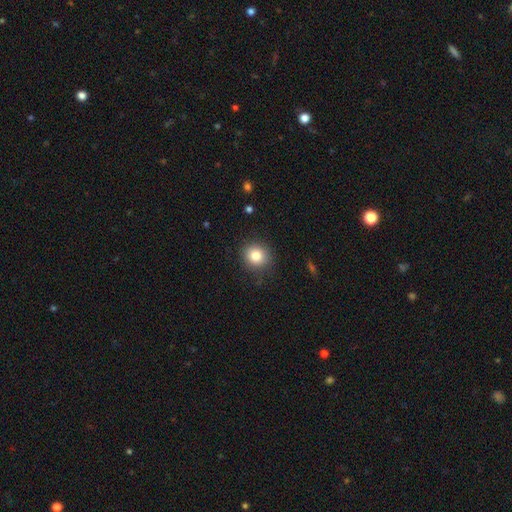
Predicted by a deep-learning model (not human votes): Q: Smooth or featured?
A: smooth (82%); runner-up: star or artifact (11%)
Q: How rounded?
A: round (82%); runner-up: in between (17%)
Q: Merging?
A: none (86%); runner-up: minor disturbance (10%)